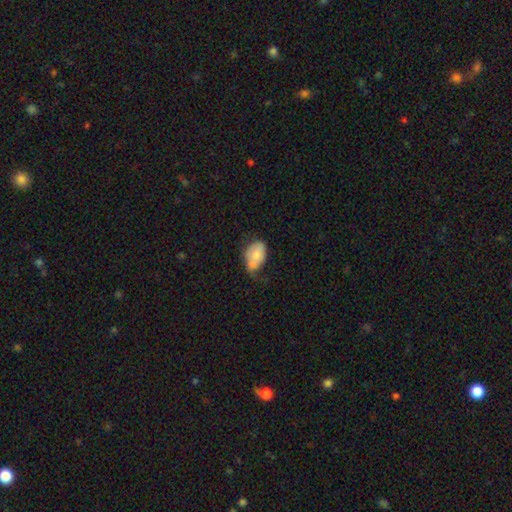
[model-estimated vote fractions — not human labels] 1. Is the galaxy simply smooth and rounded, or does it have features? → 71% smooth, 22% featured or disk, 7% star or artifact.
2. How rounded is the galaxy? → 84% in between, 15% round, 1% cigar-shaped.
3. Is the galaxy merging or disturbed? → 32% minor disturbance, 29% none, 23% merger, 15% major disturbance.